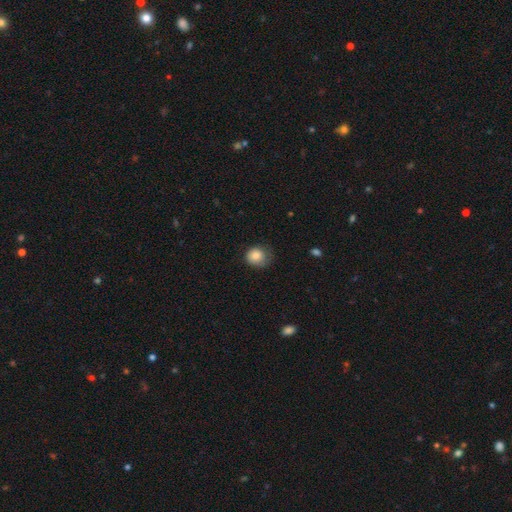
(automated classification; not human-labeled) This appears to be a smooth galaxy with no disk features (83%) that is round (79%). Merging: none (56%).